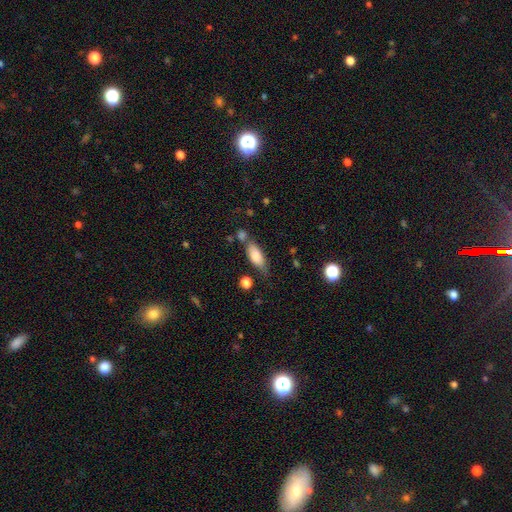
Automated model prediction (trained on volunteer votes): Overall: smooth (79%). How rounded: in between (78%). Merging: none (56%; minor disturbance 23%).